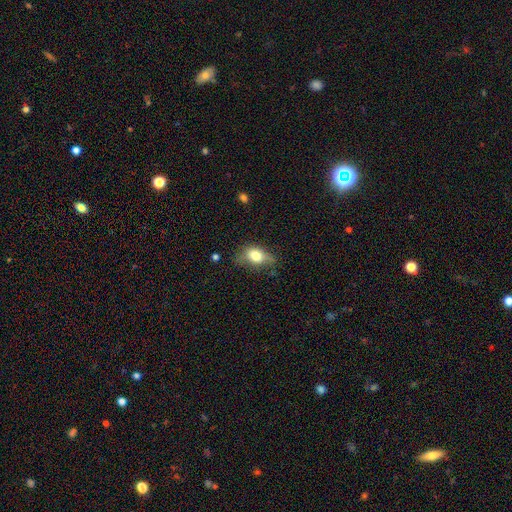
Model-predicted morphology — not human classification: Q: Smooth or featured?
A: smooth (72%); runner-up: featured or disk (19%)
Q: How rounded?
A: in between (77%); runner-up: round (19%)
Q: Merging?
A: none (44%); runner-up: minor disturbance (36%)